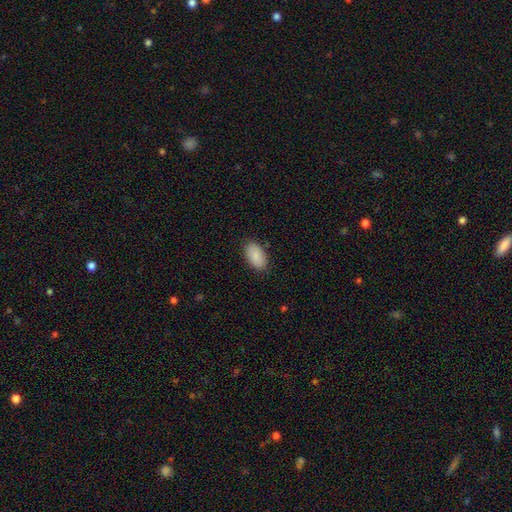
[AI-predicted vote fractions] A smooth galaxy with no disk features (89%) that is in between round and cigar-shaped (95%).

Vote fractions:
- Smooth or featured? smooth: 89% / star or artifact: 6% / featured or disk: 5%
- How rounded? in between: 95% / round: 3% / cigar-shaped: 2%
- Merging? none: 86% / minor disturbance: 11% / major disturbance: 2% / merger: 1%